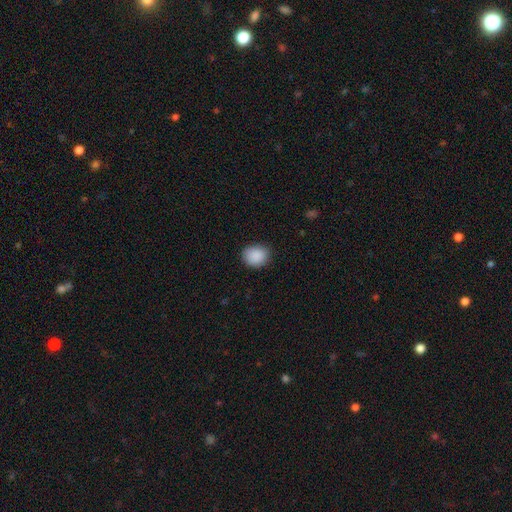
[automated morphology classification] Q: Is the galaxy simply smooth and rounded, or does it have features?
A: smooth — 90%.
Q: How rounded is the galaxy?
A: round — 64%.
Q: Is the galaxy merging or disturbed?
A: none — 84%.